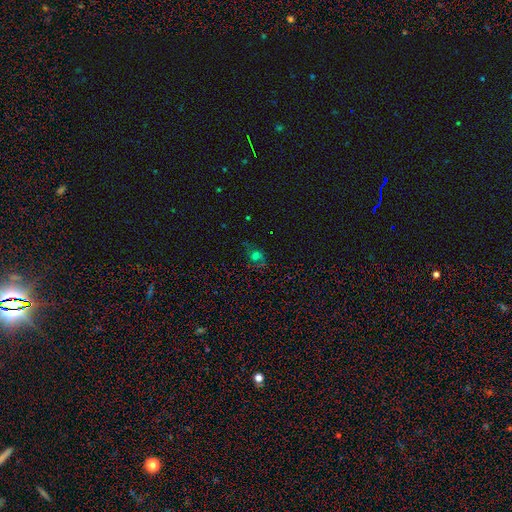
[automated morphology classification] This is marginally a smooth galaxy (42%). Merging: possibly none (57%).